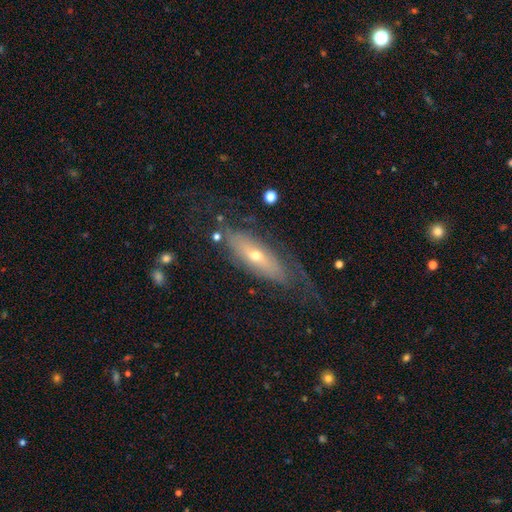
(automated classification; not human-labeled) A featured or disk galaxy (58%).

Vote fractions:
- Smooth or featured? featured or disk: 58% / smooth: 35% / star or artifact: 8%
- Edge-on disk? no: 59% / yes: 41%
- Merging? none: 55% / minor disturbance: 22% / major disturbance: 21% / merger: 3%